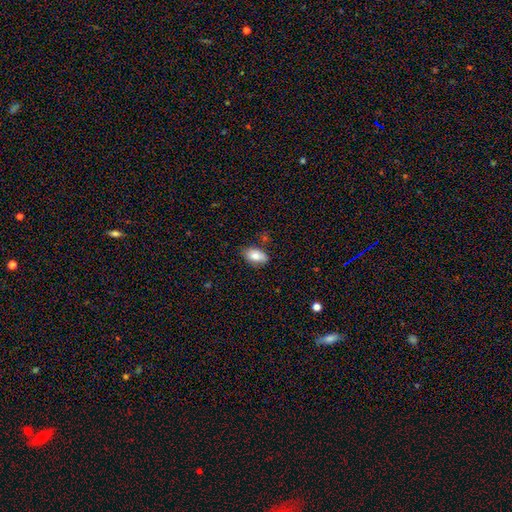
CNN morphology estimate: type=smooth (81%); roundness=in between (92%); merging=none (74%).